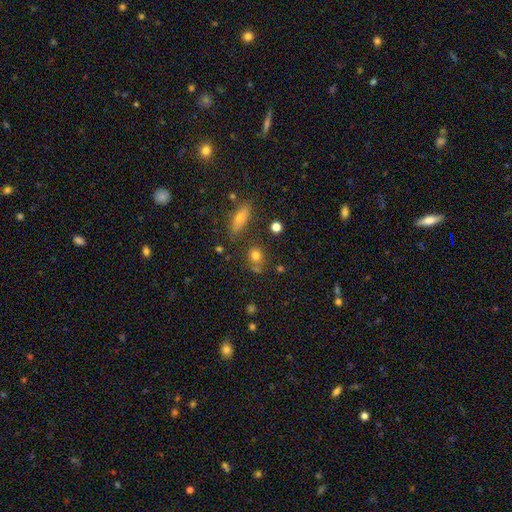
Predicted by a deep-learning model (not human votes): Smooth or featured: smooth — 75% (star or artifact — 14%)
How rounded: round — 70% (in between — 27%)
Merging: none — 68% (minor disturbance — 14%)